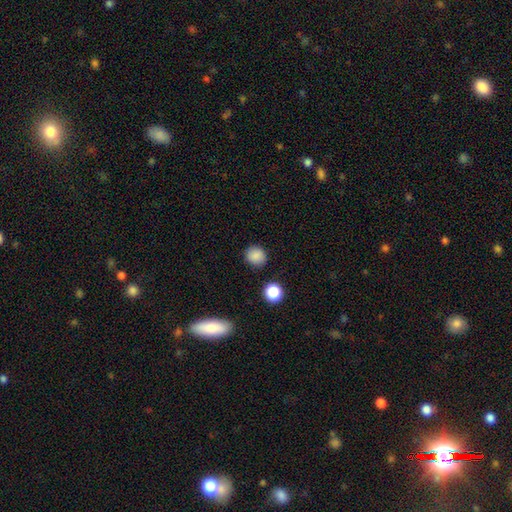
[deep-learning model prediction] A smooth galaxy with no disk features (85%) that is round (85%). Merging: none (86%).